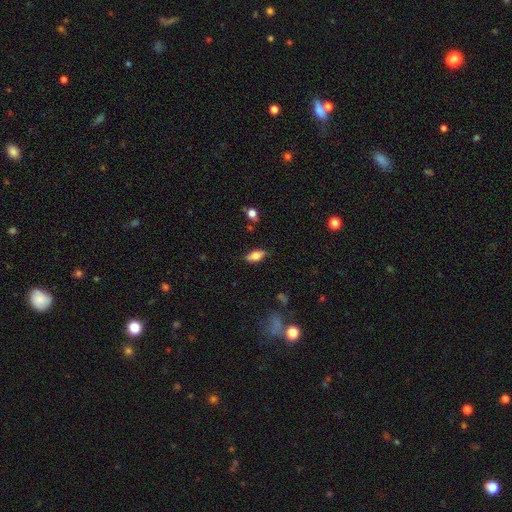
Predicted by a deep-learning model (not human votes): A smooth galaxy with no disk features (66%) that is in between round and cigar-shaped (83%). Merging: none (82%).